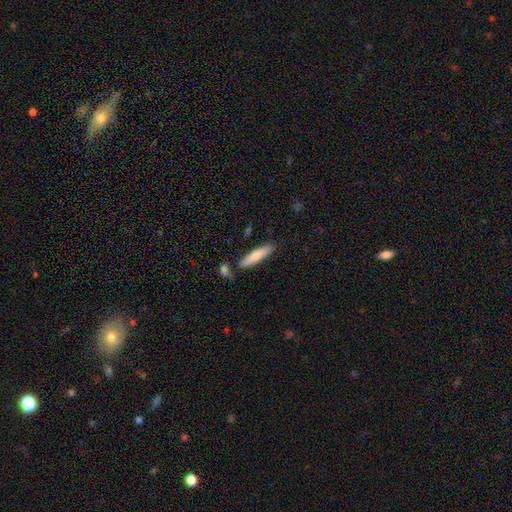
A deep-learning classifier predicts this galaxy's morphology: type=smooth (74%); roundness=cigar-shaped (81%); merging=none (77%).